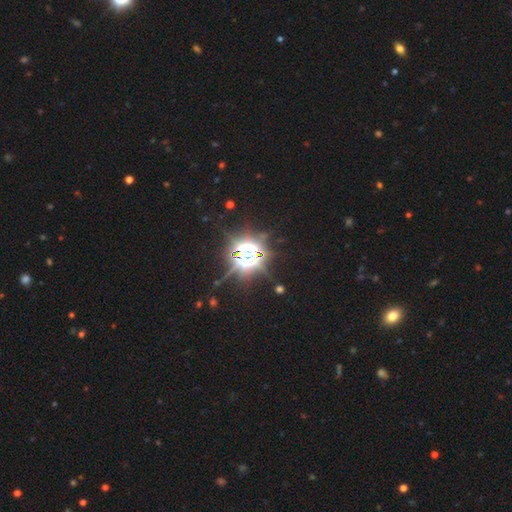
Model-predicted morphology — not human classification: Overall: star or artifact (81%).